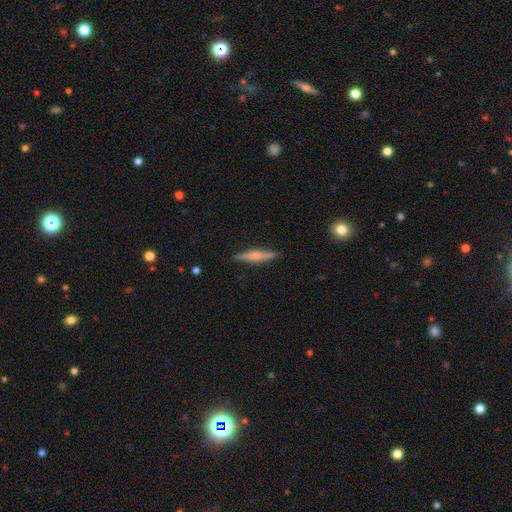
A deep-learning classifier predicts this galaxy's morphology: Q: Smooth or featured?
A: featured or disk (64%); runner-up: smooth (29%)
Q: Edge-on disk?
A: yes (97%); runner-up: no (3%)
Q: Edge-on bulge?
A: rounded (75%); runner-up: boxy (16%)
Q: Merging?
A: none (87%); runner-up: minor disturbance (9%)